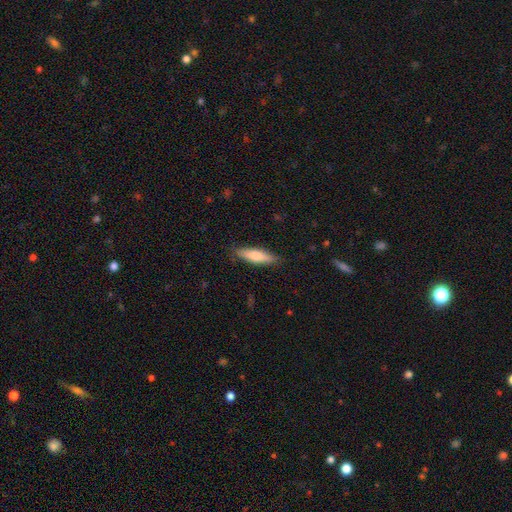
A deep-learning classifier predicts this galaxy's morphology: A smooth galaxy with no disk features (72%) that is cigar-shaped (62%).

Vote fractions:
- Smooth or featured? smooth: 72% / featured or disk: 23% / star or artifact: 5%
- How rounded? cigar-shaped: 62% / in between: 37% / round: 2%
- Merging? none: 85% / minor disturbance: 11% / major disturbance: 2% / merger: 1%